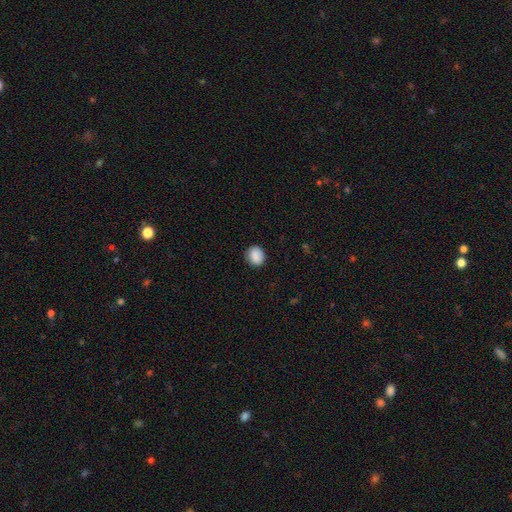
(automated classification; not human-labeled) smooth 88%, star or artifact 8%, featured or disk 4%. Down the decision tree: how rounded — round (68%); merging — none (85%).